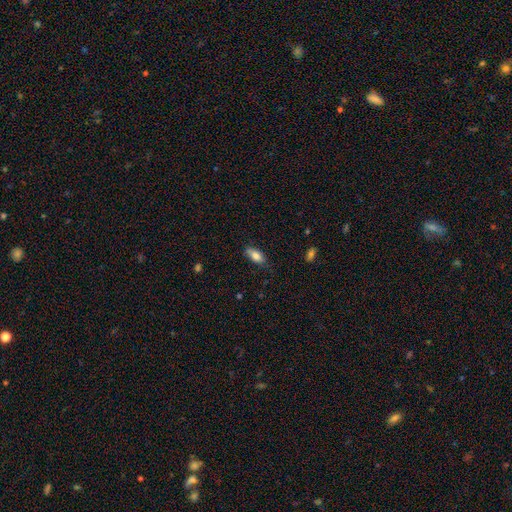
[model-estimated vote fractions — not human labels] smooth-or-featured: smooth: 82% | featured or disk: 11% | star or artifact: 7%
  how-rounded: in between: 85% | cigar-shaped: 13% | round: 3%
  merging: none: 75% | minor disturbance: 20% | major disturbance: 4% | merger: 1%